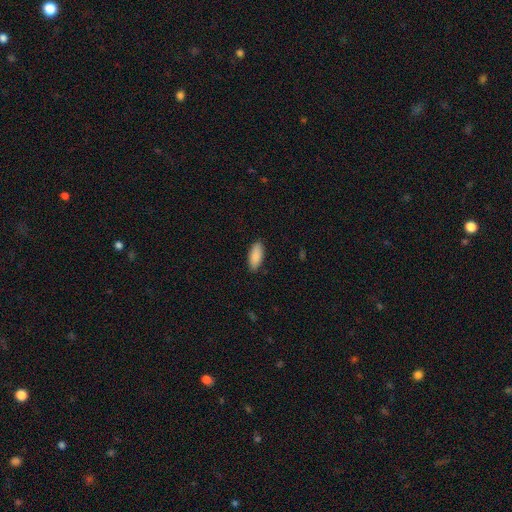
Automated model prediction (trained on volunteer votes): This appears to be a smooth galaxy with no disk features (90%) that is in between round and cigar-shaped (83%). Merging: none (88%).